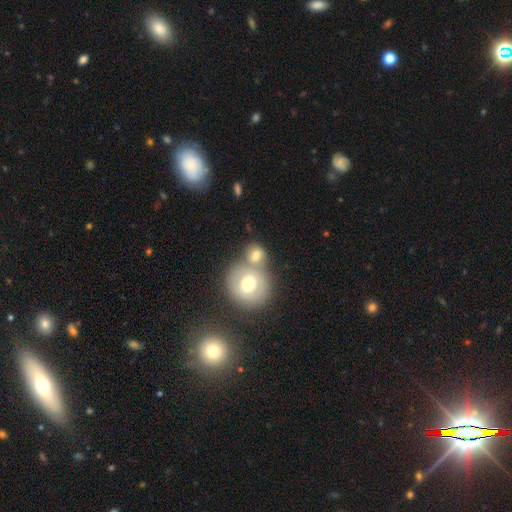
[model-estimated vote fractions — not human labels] Smooth or featured?
  - smooth: 65% *
  - featured or disk: 27%
  - star or artifact: 8%
How rounded?
  - round: 76% *
  - in between: 23%
  - cigar-shaped: 1%
Merging?
  - merger: 51% *
  - none: 36%
  - minor disturbance: 9%
  - major disturbance: 4%